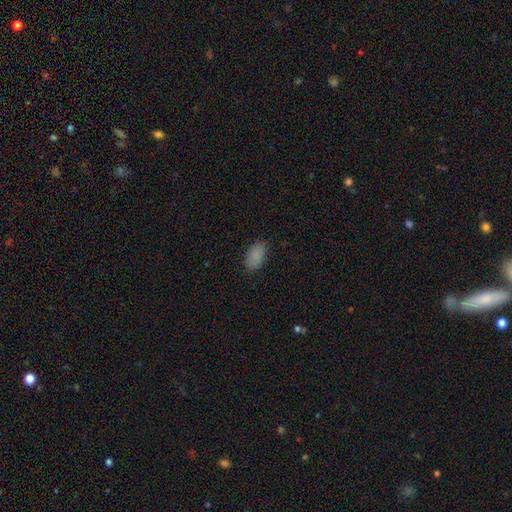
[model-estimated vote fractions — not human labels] Smooth or featured: smooth — 87% (star or artifact — 9%)
How rounded: in between — 93% (round — 4%)
Merging: none — 84% (minor disturbance — 12%)